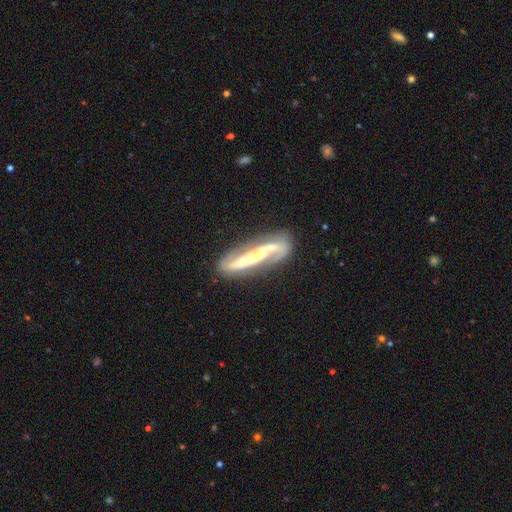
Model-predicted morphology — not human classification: Smooth or featured? featured or disk (80%)
Edge-on disk? no (72%)
Bar? strong (60%)
Spiral arms? yes (90%)
Spiral winding? loose (42%)
Spiral arm count? 2 (86%)
Bulge size? small (44%)
Merging? none (75%)